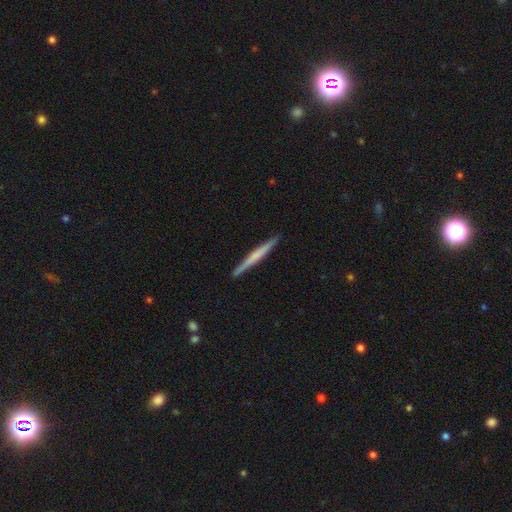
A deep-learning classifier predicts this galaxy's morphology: smooth-or-featured: featured or disk: 49% | smooth: 46% | star or artifact: 5%
  merging: none: 91% | minor disturbance: 6% | major disturbance: 1% | merger: 1%